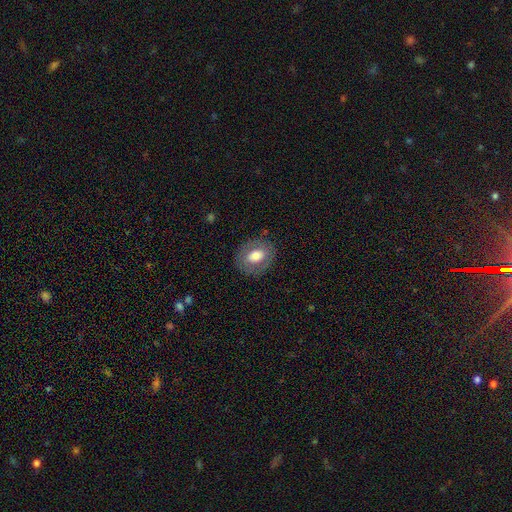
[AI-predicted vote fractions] Overall: smooth (63%; featured or disk 29%). How rounded: in between (64%; round 35%). Merging: none (82%).